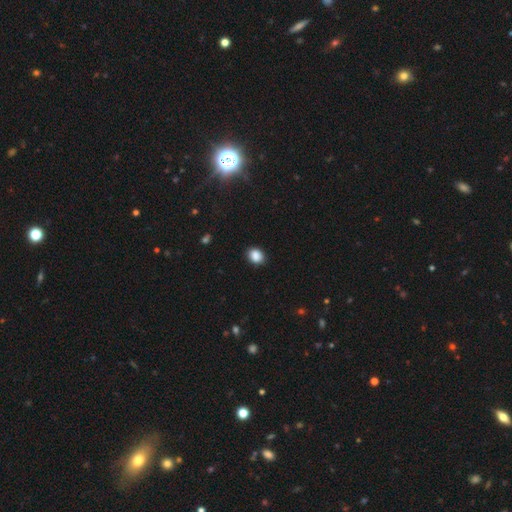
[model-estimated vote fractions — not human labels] smooth-or-featured: smooth: 88% | star or artifact: 9% | featured or disk: 3%
  how-rounded: in between: 55% | round: 44% | cigar-shaped: 1%
  merging: none: 88% | minor disturbance: 9% | major disturbance: 2% | merger: 1%